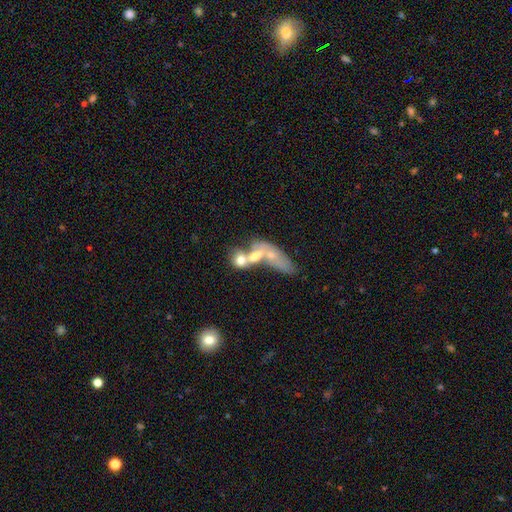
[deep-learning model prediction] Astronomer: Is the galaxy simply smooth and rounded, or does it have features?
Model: smooth — 52% (runner-up: featured or disk, 38%).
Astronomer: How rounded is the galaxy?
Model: in between — 63%.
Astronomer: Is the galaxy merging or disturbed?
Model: merger — 68%.